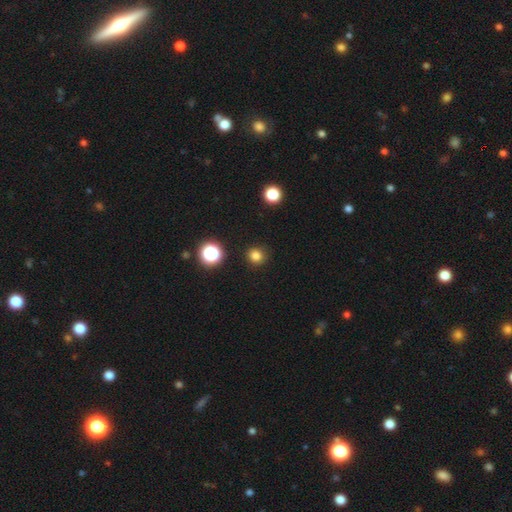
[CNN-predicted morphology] Smooth or featured: smooth — 81% (star or artifact — 15%)
How rounded: round — 91% (in between — 8%)
Merging: none — 91% (minor disturbance — 6%)